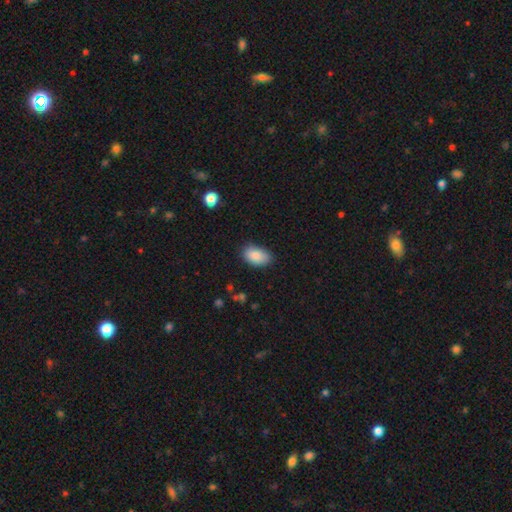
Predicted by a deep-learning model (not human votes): The model was most divided on "merging": none: 78%, minor disturbance: 18%, major disturbance: 3%, merger: 1%. More confident: how rounded — in between (91%); smooth or featured — smooth (88%).